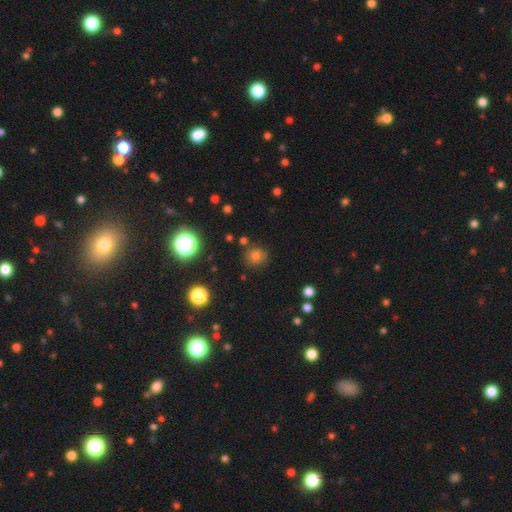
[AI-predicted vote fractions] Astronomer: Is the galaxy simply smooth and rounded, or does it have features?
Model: smooth — 71%.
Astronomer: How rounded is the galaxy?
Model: round — 83%.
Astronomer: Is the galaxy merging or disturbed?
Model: none — 82%.